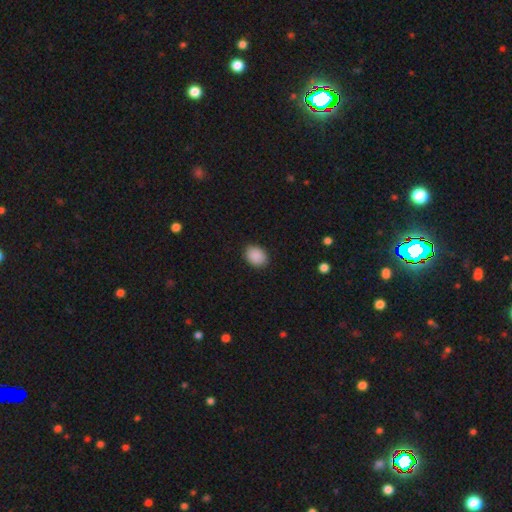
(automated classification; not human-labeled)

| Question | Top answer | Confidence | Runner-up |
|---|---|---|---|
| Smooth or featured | smooth | 90% | star or artifact (8%) |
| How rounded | in between | 62% | round (37%) |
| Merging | none | 89% | minor disturbance (8%) |